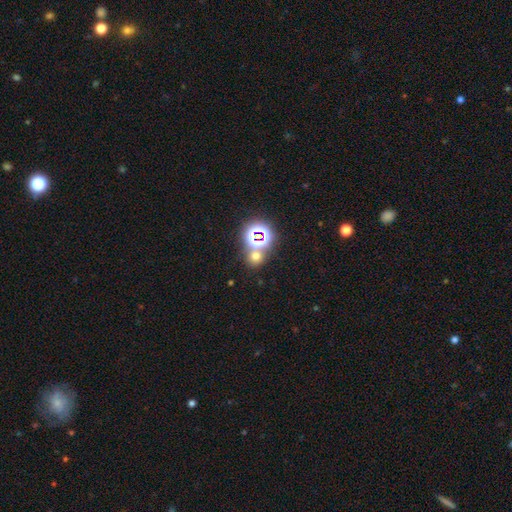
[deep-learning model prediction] Morphology: type=smooth (54%); roundness=round (84%); merging=none (66%).